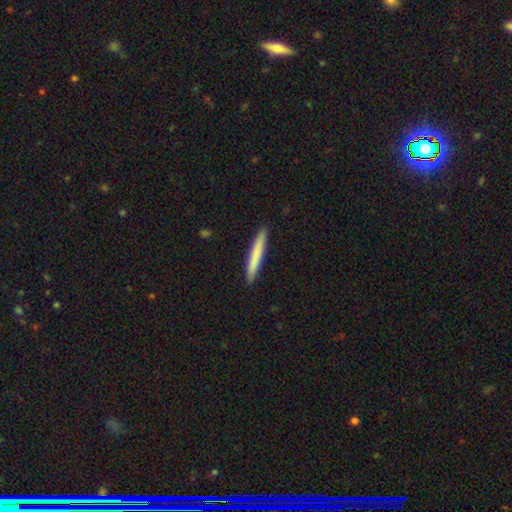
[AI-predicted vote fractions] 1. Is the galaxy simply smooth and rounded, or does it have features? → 76% smooth, 18% featured or disk, 5% star or artifact.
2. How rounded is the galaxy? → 96% cigar-shaped, 3% in between, 1% round.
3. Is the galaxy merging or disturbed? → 92% none, 6% minor disturbance, 1% major disturbance, 1% merger.